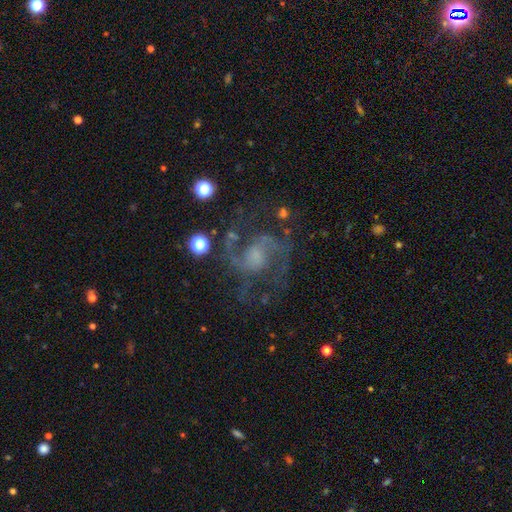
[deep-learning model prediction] smooth_or_featured: featured or disk (p=0.85) [alt: star or artifact p=0.09]
disk_edge_on: no (p=0.98) [alt: yes p=0.02]
bar: no (p=0.50) [alt: weak p=0.40]
has_spiral_arms: yes (p=0.96) [alt: no p=0.04]
spiral_winding: medium (p=0.60) [alt: loose p=0.22]
spiral_arm_count: 2 (p=0.84) [alt: can't tell p=0.06]
bulge_size: small (p=0.43) [alt: moderate p=0.28]
merging: none (p=0.69) [alt: minor disturbance p=0.15]